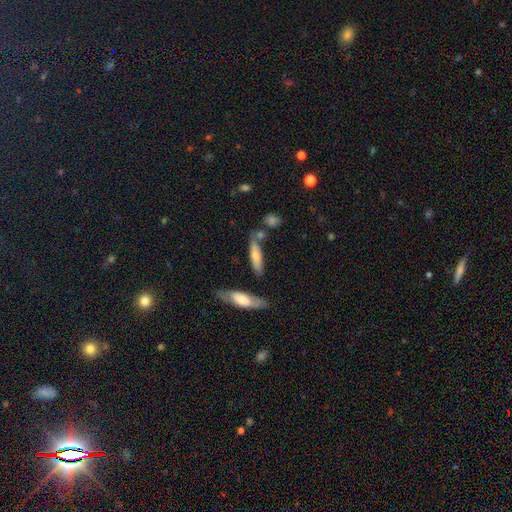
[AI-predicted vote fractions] Smooth or featured?
  - smooth: 64% *
  - featured or disk: 30%
  - star or artifact: 7%
How rounded?
  - cigar-shaped: 69% *
  - in between: 29%
  - round: 2%
Merging?
  - none: 62% *
  - minor disturbance: 18%
  - merger: 14%
  - major disturbance: 5%